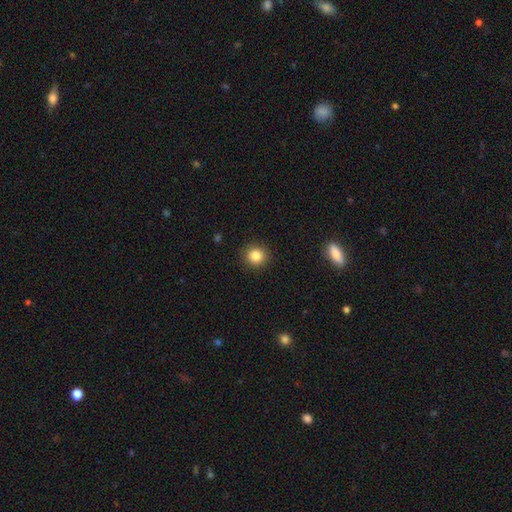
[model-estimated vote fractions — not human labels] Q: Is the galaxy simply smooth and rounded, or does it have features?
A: smooth — 84%.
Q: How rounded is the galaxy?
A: round — 91%.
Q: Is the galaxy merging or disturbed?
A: none — 91%.